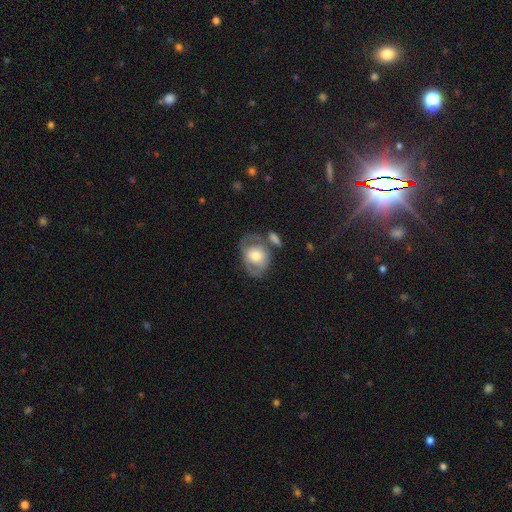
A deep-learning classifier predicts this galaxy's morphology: Smooth or featured? smooth (47%)
Merging? none (48%)